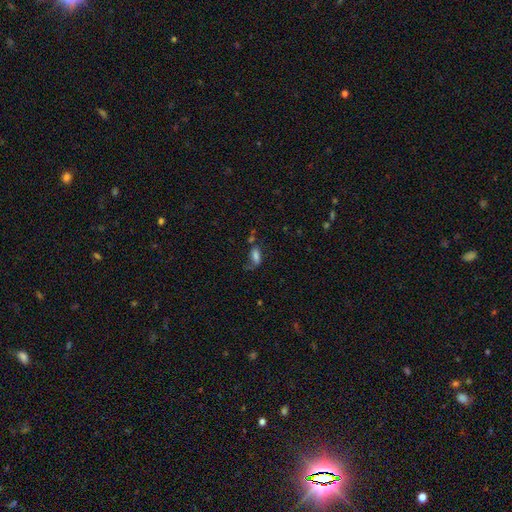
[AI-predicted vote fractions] smooth 68%, featured or disk 18%, star or artifact 14%. Down the decision tree: how rounded — in between (80%); merging — none (36%).